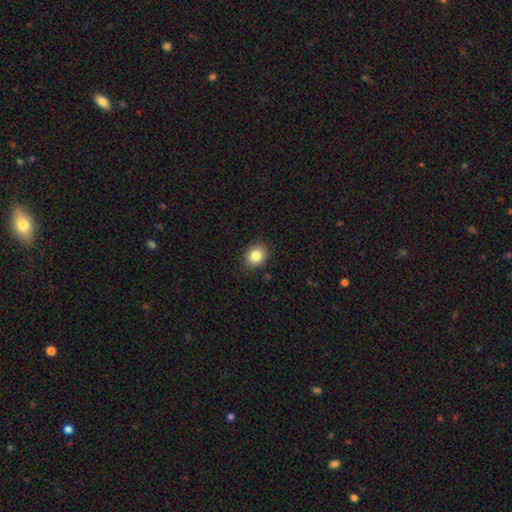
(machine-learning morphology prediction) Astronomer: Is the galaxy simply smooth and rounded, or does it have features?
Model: smooth — 84%.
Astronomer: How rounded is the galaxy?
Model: round — 53% (runner-up: in between, 46%).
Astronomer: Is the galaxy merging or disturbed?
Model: none — 88%.